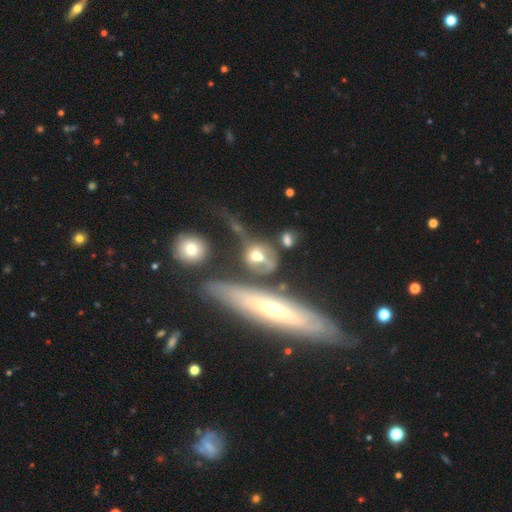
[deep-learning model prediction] featured or disk 46%, smooth 43%, star or artifact 12%. Down the decision tree: merging — none (31%).